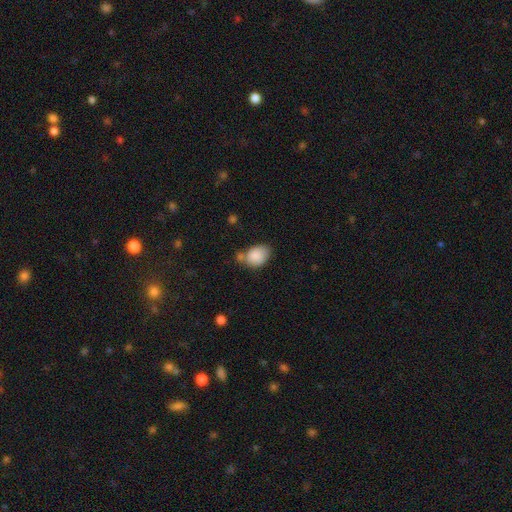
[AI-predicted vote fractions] Q: Smooth or featured?
A: smooth (86%); runner-up: star or artifact (8%)
Q: How rounded?
A: in between (76%); runner-up: round (23%)
Q: Merging?
A: none (54%); runner-up: minor disturbance (24%)